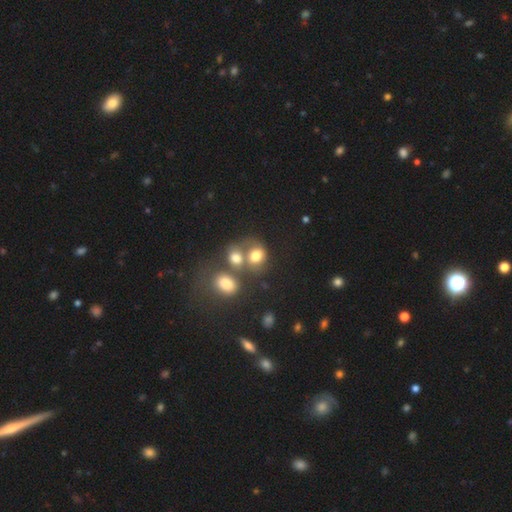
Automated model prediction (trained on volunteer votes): Smooth or featured? Predicted: smooth (p=0.71). How rounded? Predicted: round (p=0.60). Merging? Predicted: merger (p=0.51).